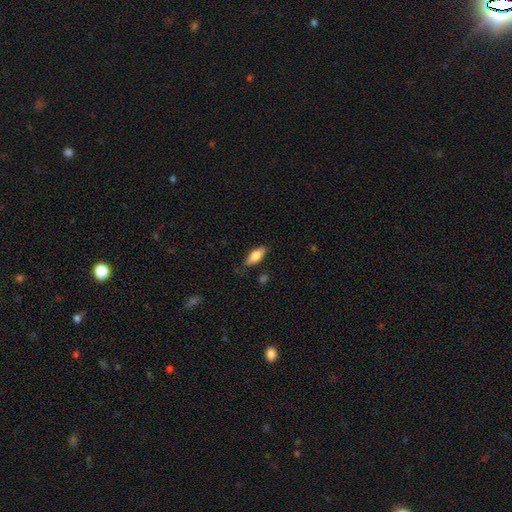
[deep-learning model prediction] This appears to be a smooth galaxy with no disk features (77%) that is in between round and cigar-shaped (74%). Merging: none (77%).